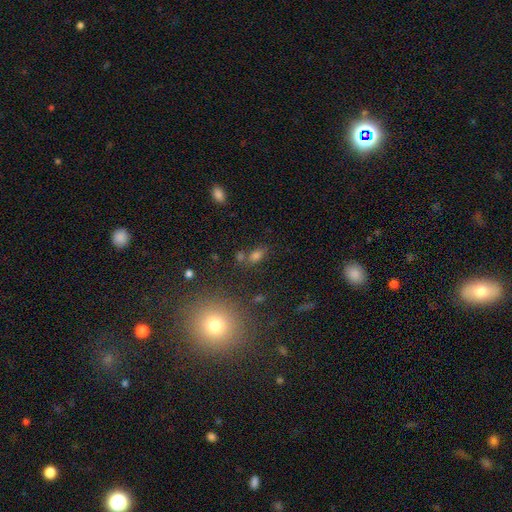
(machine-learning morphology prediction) Q: Smooth or featured?
A: smooth (72%); runner-up: star or artifact (20%)
Q: How rounded?
A: in between (81%); runner-up: round (15%)
Q: Merging?
A: none (63%); runner-up: merger (19%)